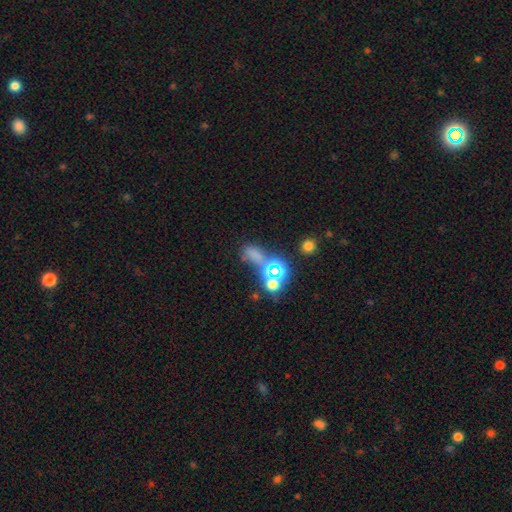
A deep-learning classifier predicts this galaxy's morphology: Smooth or featured: smooth — 48% (star or artifact — 40%)
Merging: none — 45% (merger — 24%)